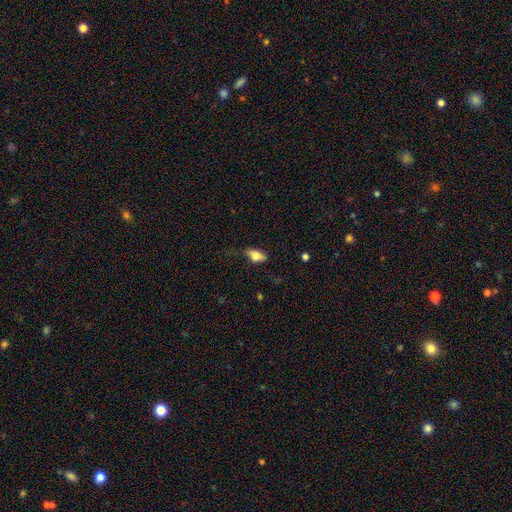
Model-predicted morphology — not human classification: smooth 73%, featured or disk 19%, star or artifact 8%. Down the decision tree: how rounded — in between (84%); merging — none (47%).